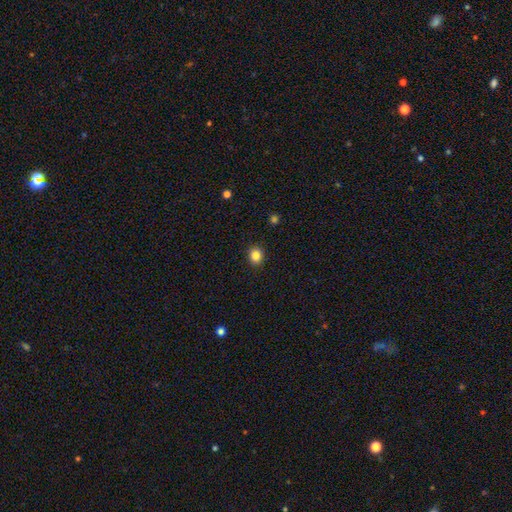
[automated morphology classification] Smooth or featured?
  - smooth: 84% *
  - star or artifact: 11%
  - featured or disk: 5%
How rounded?
  - round: 76% *
  - in between: 23%
  - cigar-shaped: 1%
Merging?
  - none: 91% *
  - minor disturbance: 6%
  - major disturbance: 2%
  - merger: 1%